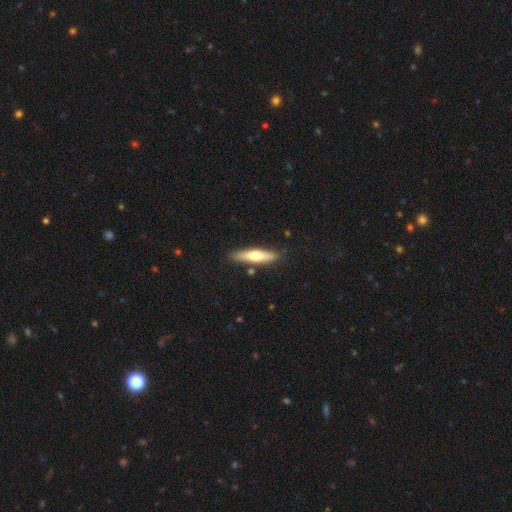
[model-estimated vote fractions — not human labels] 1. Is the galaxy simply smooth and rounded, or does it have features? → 54% smooth, 41% featured or disk, 5% star or artifact.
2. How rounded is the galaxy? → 78% cigar-shaped, 20% in between, 2% round.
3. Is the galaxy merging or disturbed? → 84% none, 11% minor disturbance, 3% merger, 2% major disturbance.